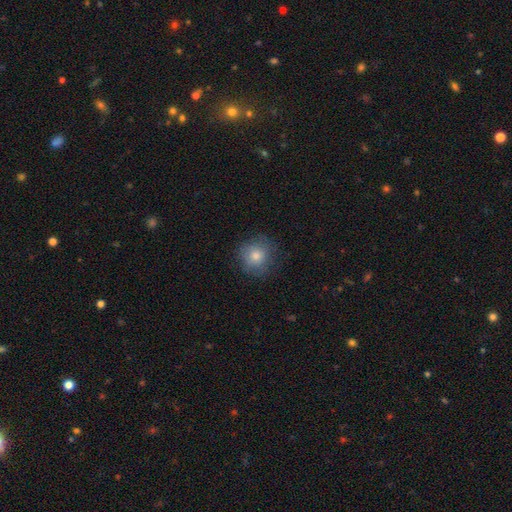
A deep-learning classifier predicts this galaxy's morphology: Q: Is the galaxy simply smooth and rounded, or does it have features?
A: smooth — 76%.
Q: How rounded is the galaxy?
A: round — 91%.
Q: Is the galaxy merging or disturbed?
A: none — 80%.